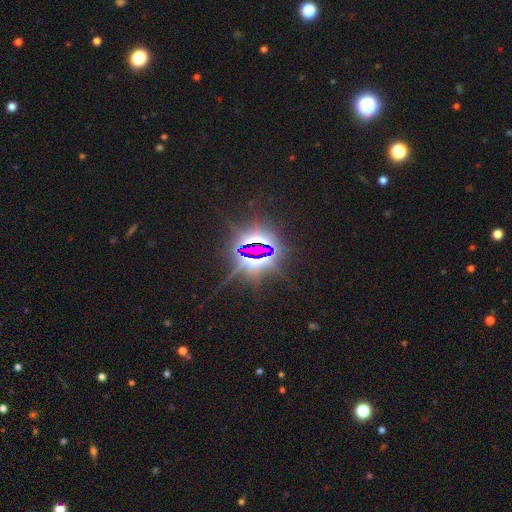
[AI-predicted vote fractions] smooth-or-featured: star or artifact: 85% | featured or disk: 8% | smooth: 6%